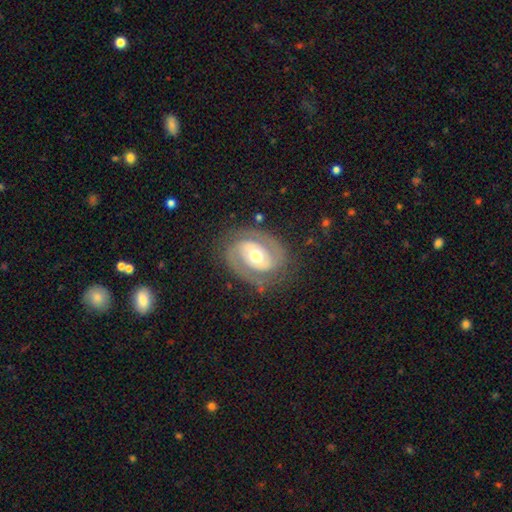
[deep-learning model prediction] Smooth or featured? Predicted: featured or disk (p=0.85). Edge-on disk? Predicted: no (p=0.97). Bar? Predicted: no (p=0.55). Spiral arms? Predicted: yes (p=0.91). Spiral winding? Predicted: tight (p=0.55). Spiral arm count? Predicted: 2 (p=0.86). Bulge size? Predicted: moderate (p=0.71). Merging? Predicted: none (p=0.79).